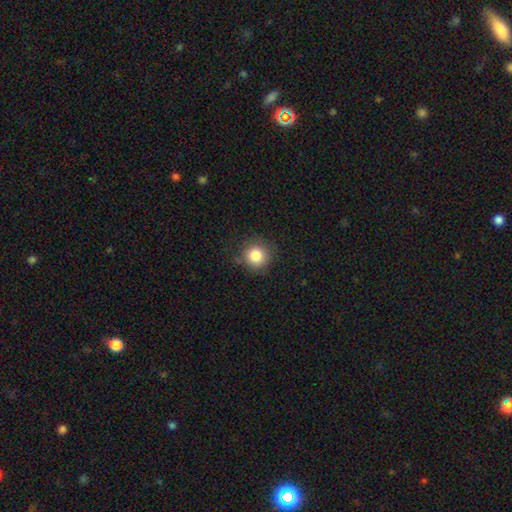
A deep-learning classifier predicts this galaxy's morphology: Smooth or featured? smooth (84%)
How rounded? round (93%)
Merging? none (83%)